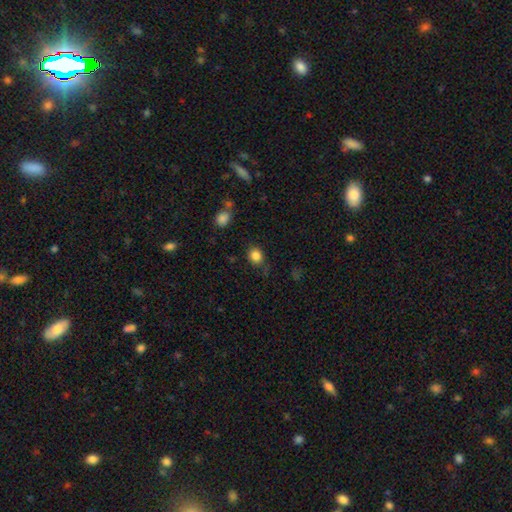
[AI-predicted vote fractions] A smooth galaxy with no disk features (84%) that is round (71%). Merging: none (76%).